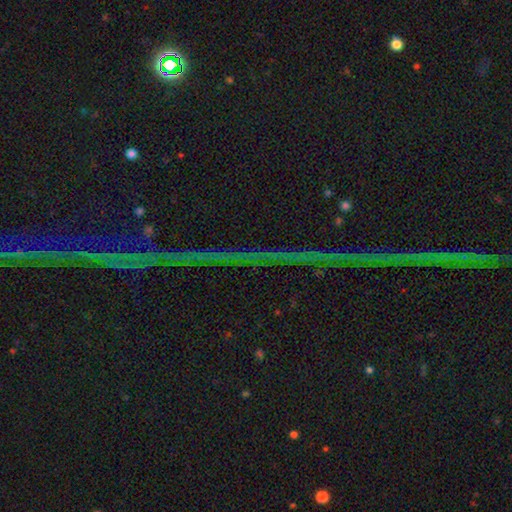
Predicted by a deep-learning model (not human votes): Morphology: type=star or artifact (85%).